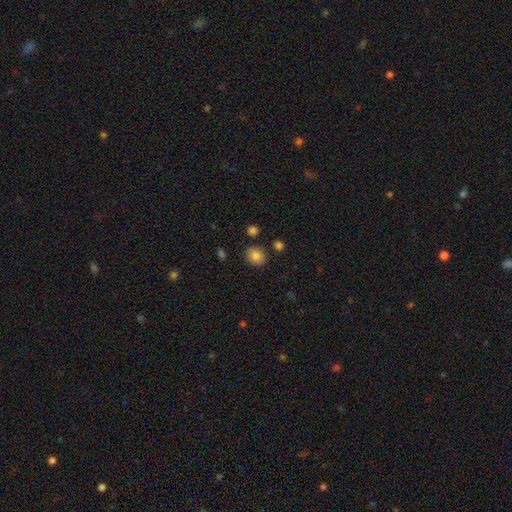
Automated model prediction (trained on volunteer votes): A smooth galaxy with no disk features (84%) that is round (69%).

Vote fractions:
- Smooth or featured? smooth: 84% / star or artifact: 10% / featured or disk: 6%
- How rounded? round: 69% / in between: 30% / cigar-shaped: 1%
- Merging? none: 85% / minor disturbance: 9% / merger: 4% / major disturbance: 3%